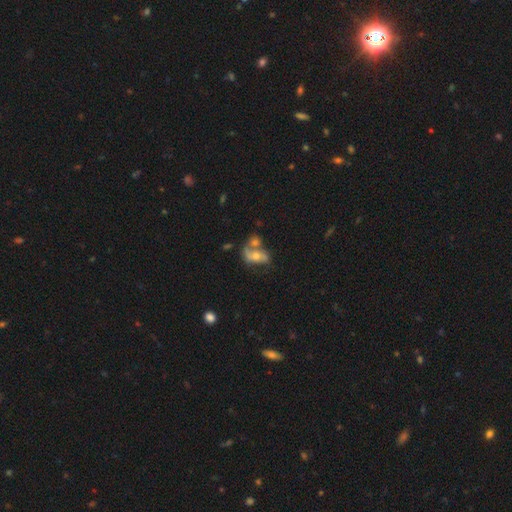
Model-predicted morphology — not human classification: smooth-or-featured: featured or disk: 53% | smooth: 36% | star or artifact: 10%
  disk-edge-on: no: 94% | yes: 6%
  merging: merger: 47% | none: 26% | minor disturbance: 14% | major disturbance: 13%